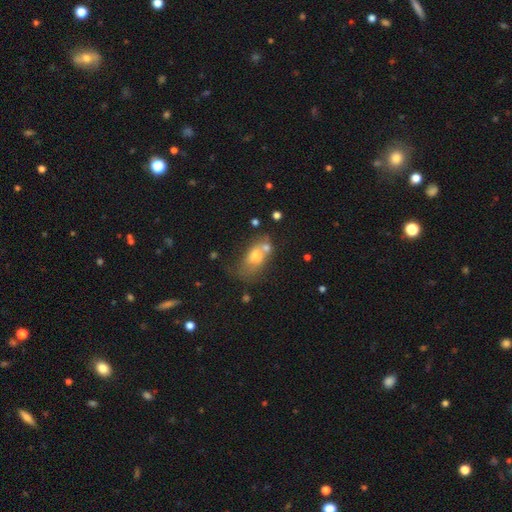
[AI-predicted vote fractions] A smooth galaxy with no disk features (63%) that is in between round and cigar-shaped (76%).

Vote fractions:
- Smooth or featured? smooth: 63% / featured or disk: 25% / star or artifact: 12%
- How rounded? in between: 76% / round: 19% / cigar-shaped: 5%
- Merging? merger: 37% / none: 31% / minor disturbance: 19% / major disturbance: 13%